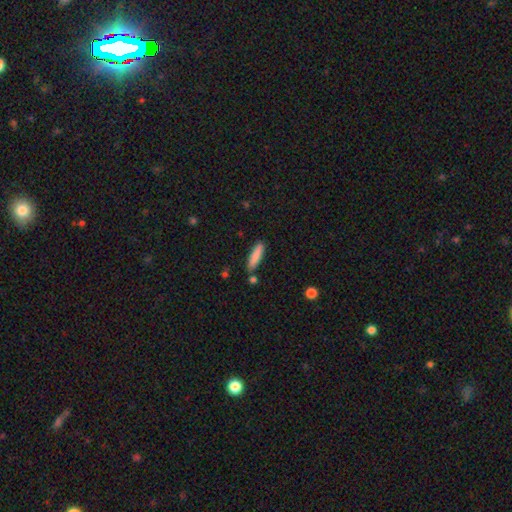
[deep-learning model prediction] Smooth or featured? Predicted: smooth (p=0.84). How rounded? Predicted: cigar-shaped (p=0.82). Merging? Predicted: none (p=0.83).